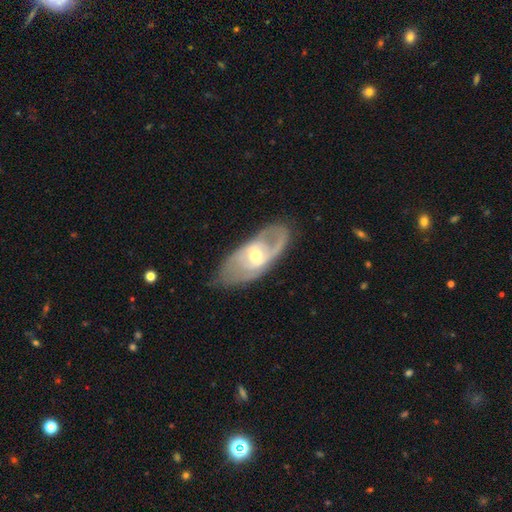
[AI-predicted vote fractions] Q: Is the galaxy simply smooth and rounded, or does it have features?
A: featured or disk — 77%.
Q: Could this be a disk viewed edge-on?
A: no — 89%.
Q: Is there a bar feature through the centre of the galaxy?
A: no — 42%.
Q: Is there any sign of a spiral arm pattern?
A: yes — 74%.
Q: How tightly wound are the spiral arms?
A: tight — 42%.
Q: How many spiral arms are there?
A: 2 — 51%.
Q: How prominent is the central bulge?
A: moderate — 53%.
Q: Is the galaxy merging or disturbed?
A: none — 68%.